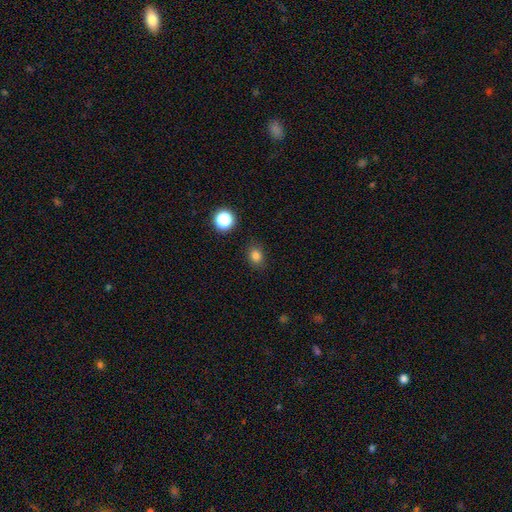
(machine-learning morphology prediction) type=smooth (80%); roundness=round (61%); merging=none (86%).